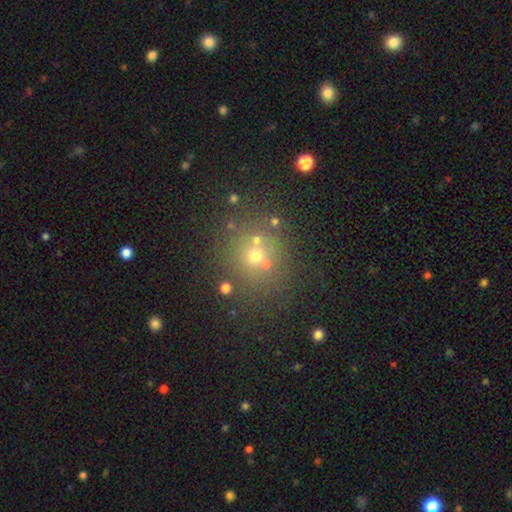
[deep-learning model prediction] This appears to be a smooth galaxy with no disk features (53%) that is round (87%). Merging: none (66%).